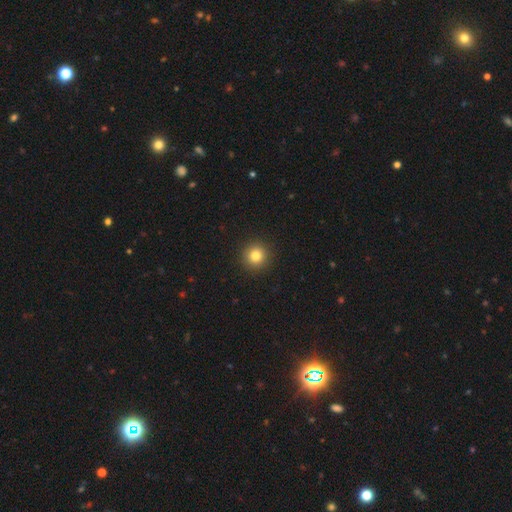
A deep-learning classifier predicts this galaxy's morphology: A smooth galaxy with no disk features (82%) that is round (95%). Merging: none (92%).